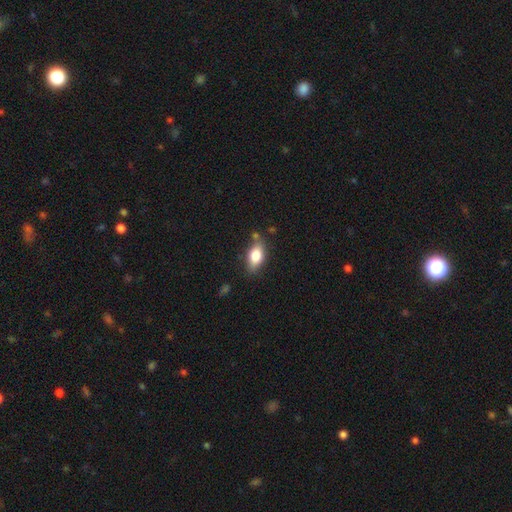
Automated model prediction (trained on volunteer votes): Smooth or featured? Predicted: smooth (p=0.79). How rounded? Predicted: in between (p=0.87). Merging? Predicted: none (p=0.74).